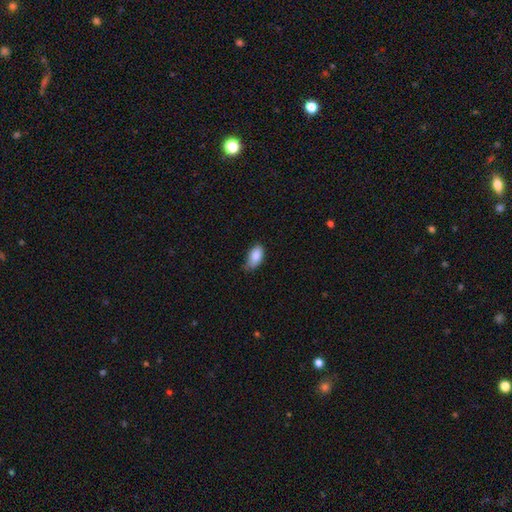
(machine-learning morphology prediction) This is clearly a smooth galaxy (87%). How rounded: clearly in between (93%). Merging: possibly none (57%).